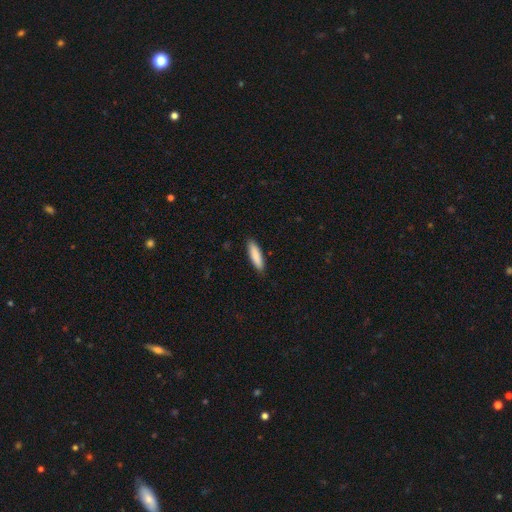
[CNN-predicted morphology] This appears to be a smooth galaxy with no disk features (87%) that is cigar-shaped (69%). Merging: none (89%).